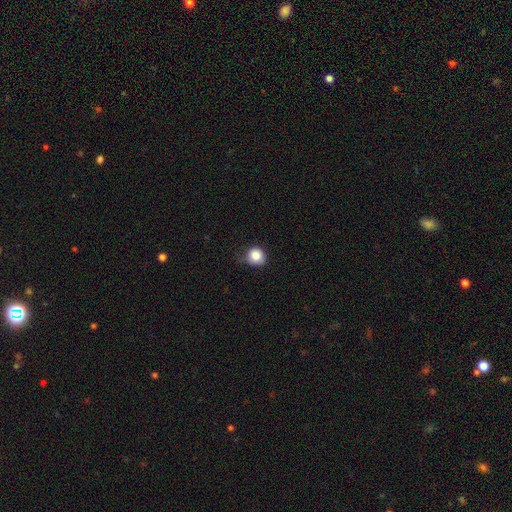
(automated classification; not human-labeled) Smooth or featured?
  - smooth: 83% *
  - star or artifact: 10%
  - featured or disk: 7%
How rounded?
  - round: 84% *
  - in between: 15%
  - cigar-shaped: 1%
Merging?
  - none: 62% *
  - minor disturbance: 30%
  - major disturbance: 6%
  - merger: 1%